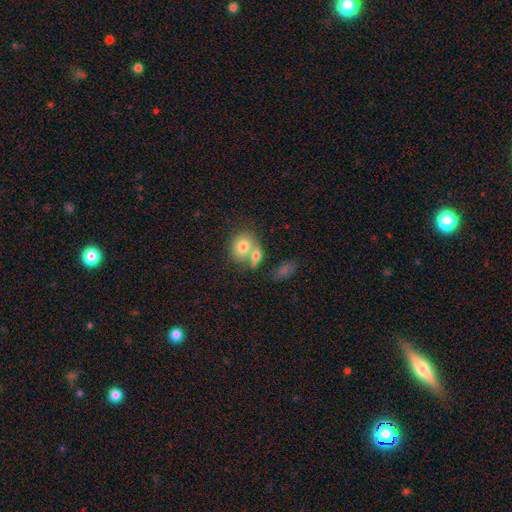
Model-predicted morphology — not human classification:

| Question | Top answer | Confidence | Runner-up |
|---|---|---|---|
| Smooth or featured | smooth | 74% | featured or disk (18%) |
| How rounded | in between | 49% | round (48%) |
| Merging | merger | 54% | none (33%) |